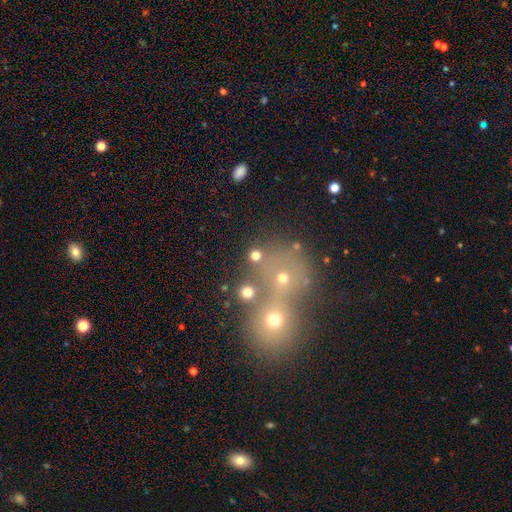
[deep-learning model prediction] Q: Smooth or featured?
A: smooth (67%); runner-up: star or artifact (22%)
Q: How rounded?
A: round (82%); runner-up: in between (16%)
Q: Merging?
A: none (56%); runner-up: merger (33%)